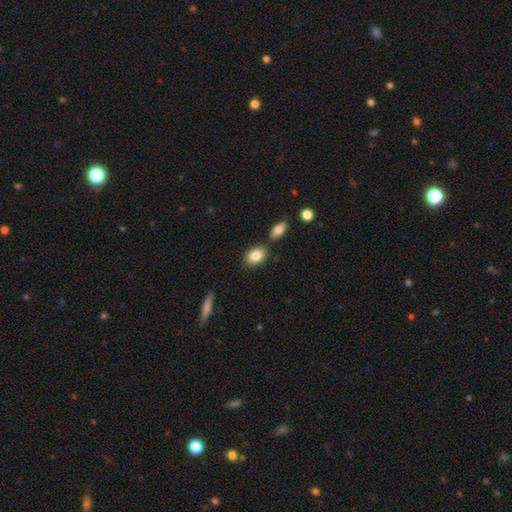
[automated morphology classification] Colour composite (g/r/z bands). It shows a smooth galaxy with no disk features (84%) that is in between round and cigar-shaped (82%). Merging: none (75%).